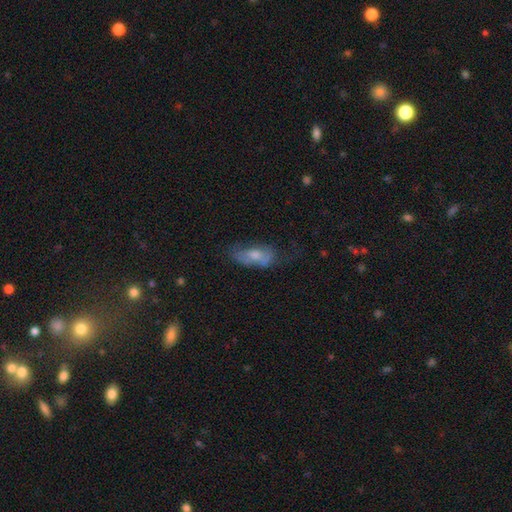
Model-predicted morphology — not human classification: smooth_or_featured: smooth (p=0.56) [alt: featured or disk p=0.35]
how_rounded: in between (p=0.83) [alt: cigar-shaped p=0.13]
merging: none (p=0.41) [alt: minor disturbance p=0.30]